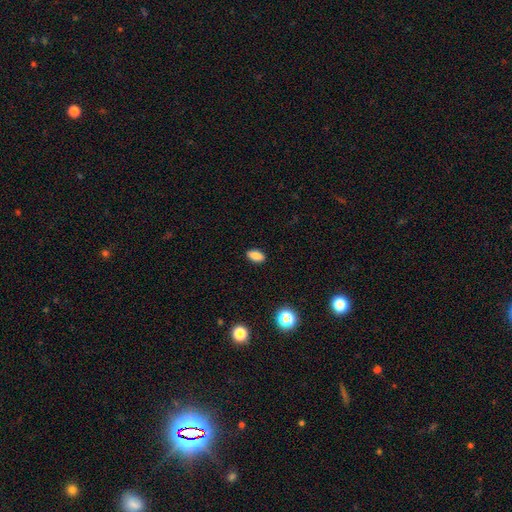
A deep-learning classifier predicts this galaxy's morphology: smooth 87%, star or artifact 9%, featured or disk 4%. Down the decision tree: how rounded — in between (89%); merging — none (89%).